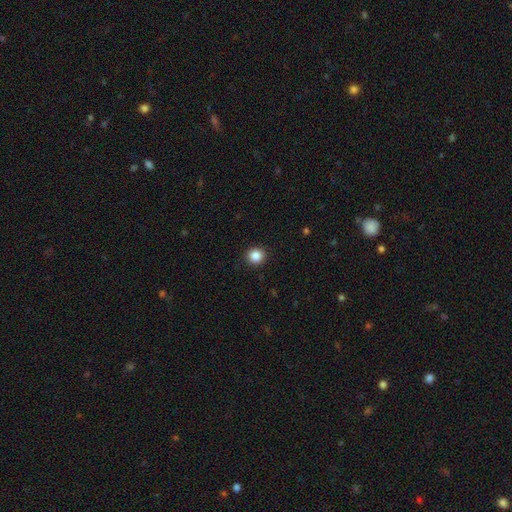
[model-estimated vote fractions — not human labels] This is clearly a smooth galaxy (86%). How rounded: clearly round (92%). Merging: clearly none (92%).